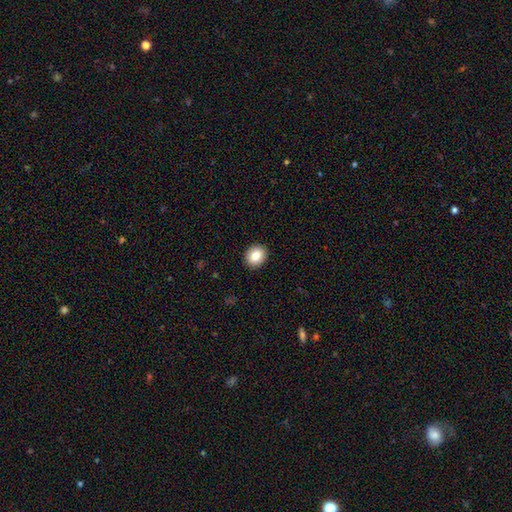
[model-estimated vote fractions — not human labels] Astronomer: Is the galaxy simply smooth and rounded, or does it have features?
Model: smooth — 83%.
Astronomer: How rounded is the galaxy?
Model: round — 68%.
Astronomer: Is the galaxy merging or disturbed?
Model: none — 92%.